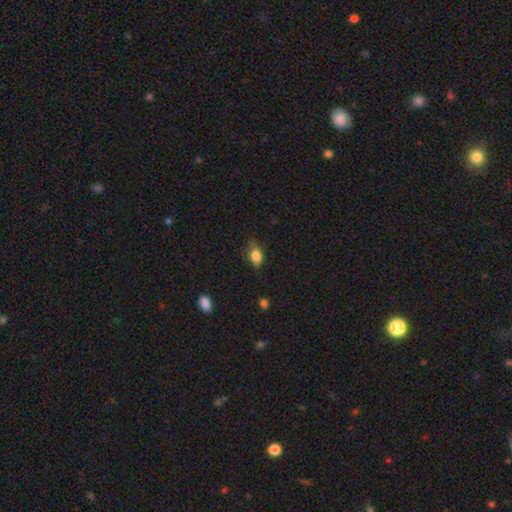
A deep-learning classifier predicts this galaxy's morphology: Smooth or featured: smooth — 82% (star or artifact — 9%)
How rounded: in between — 79% (round — 17%)
Merging: none — 66% (minor disturbance — 27%)